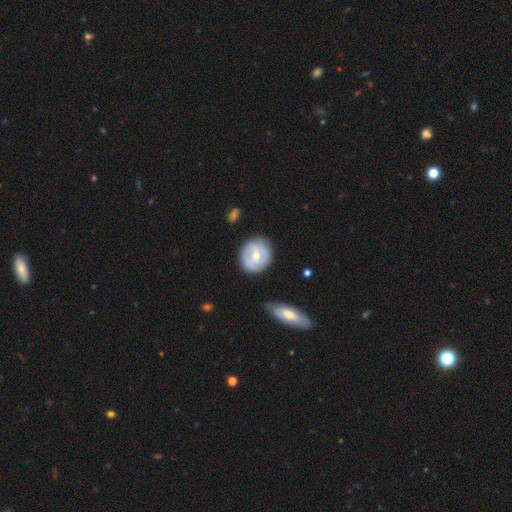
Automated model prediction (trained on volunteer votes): A featured or disk galaxy (52%). Merging: none (74%).